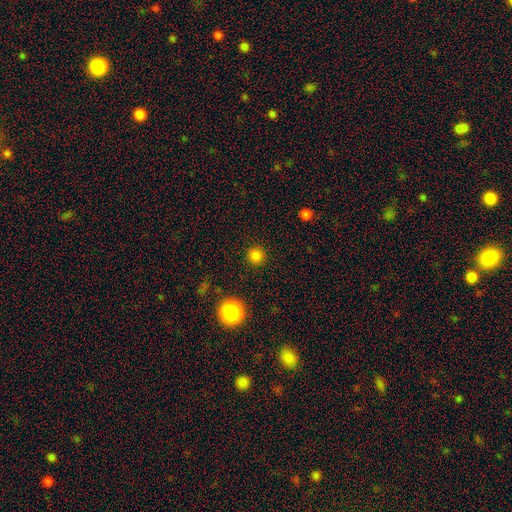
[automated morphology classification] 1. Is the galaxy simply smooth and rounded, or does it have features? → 81% smooth, 16% star or artifact, 3% featured or disk.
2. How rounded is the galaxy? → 95% round, 4% in between, 1% cigar-shaped.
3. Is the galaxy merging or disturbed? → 91% none, 5% minor disturbance, 2% major disturbance, 1% merger.